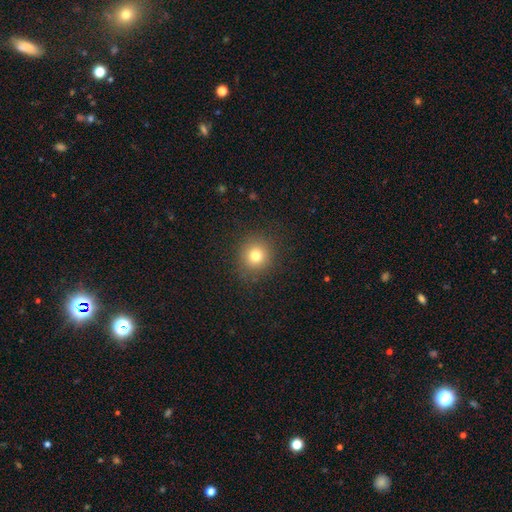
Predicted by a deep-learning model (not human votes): smooth_or_featured: smooth (p=0.78) [alt: star or artifact p=0.14]
how_rounded: round (p=0.90) [alt: in between p=0.09]
merging: none (p=0.88) [alt: minor disturbance p=0.07]